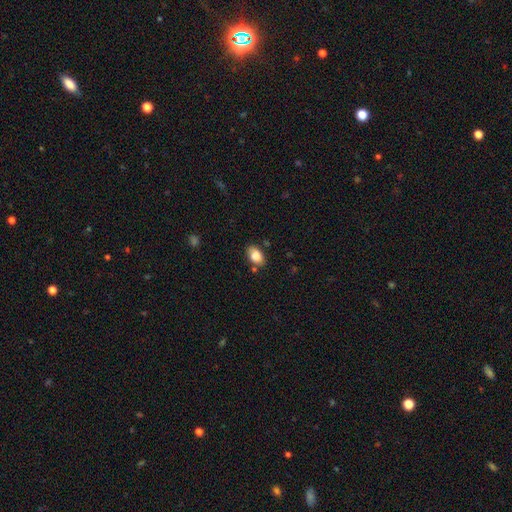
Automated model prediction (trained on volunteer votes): Smooth or featured: smooth — 86% (star or artifact — 8%)
How rounded: in between — 88% (round — 11%)
Merging: none — 76% (minor disturbance — 16%)